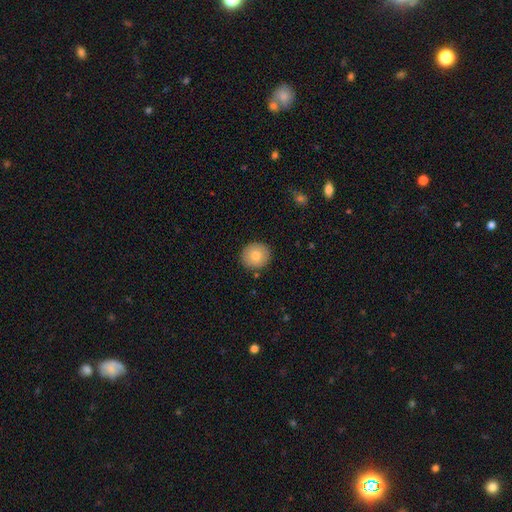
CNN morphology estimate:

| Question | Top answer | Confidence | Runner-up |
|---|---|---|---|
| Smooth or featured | smooth | 81% | featured or disk (12%) |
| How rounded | round | 89% | in between (10%) |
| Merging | none | 90% | minor disturbance (7%) |